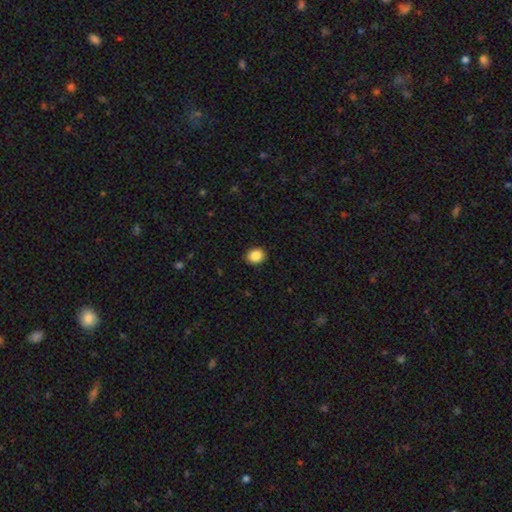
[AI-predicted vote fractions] A smooth galaxy with no disk features (87%) that is round (59%).

Vote fractions:
- Smooth or featured? smooth: 87% / star or artifact: 9% / featured or disk: 4%
- How rounded? round: 59% / in between: 40% / cigar-shaped: 1%
- Merging? none: 91% / minor disturbance: 6% / major disturbance: 2% / merger: 1%